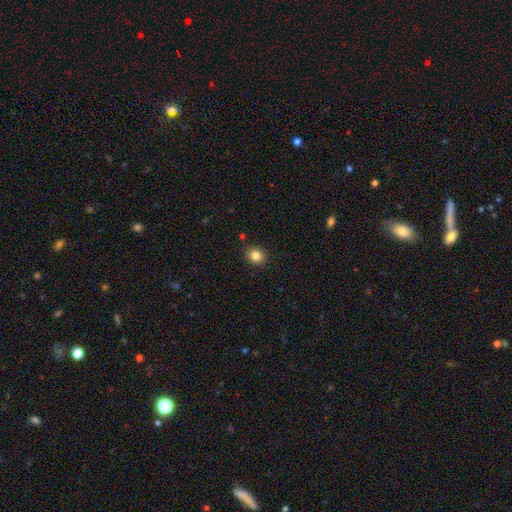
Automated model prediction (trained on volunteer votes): smooth 84%, star or artifact 11%, featured or disk 5%. Down the decision tree: how rounded — round (72%); merging — none (90%).